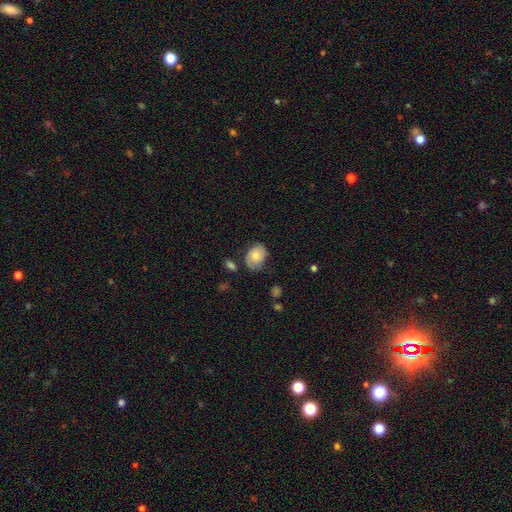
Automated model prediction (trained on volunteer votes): Smooth or featured? smooth (64%)
How rounded? in between (67%)
Merging? none (58%)